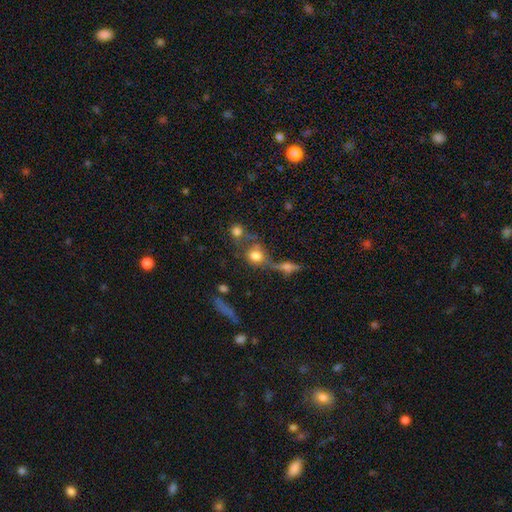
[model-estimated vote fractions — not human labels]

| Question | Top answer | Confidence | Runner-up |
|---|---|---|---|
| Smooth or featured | smooth | 71% | star or artifact (14%) |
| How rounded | round | 67% | in between (29%) |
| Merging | none | 44% | merger (33%) |